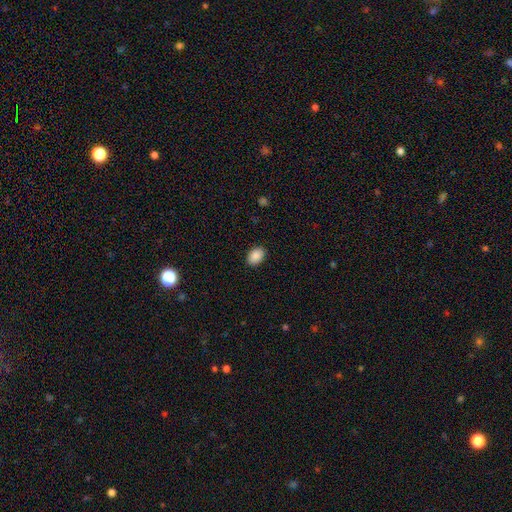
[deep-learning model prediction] smooth_or_featured: smooth (p=0.90) [alt: star or artifact p=0.08]
how_rounded: in between (p=0.82) [alt: round p=0.17]
merging: none (p=0.90) [alt: minor disturbance p=0.07]